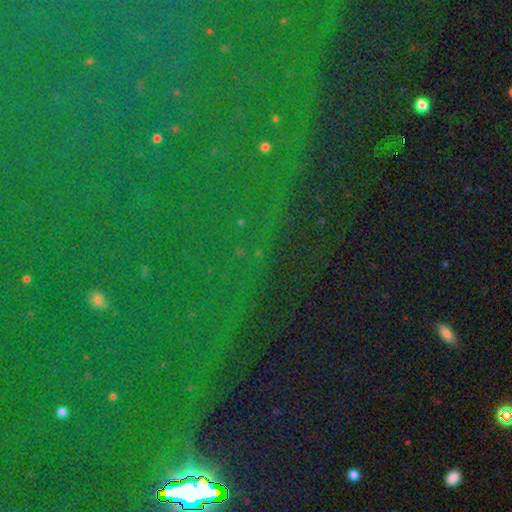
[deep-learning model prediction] Morphology: type=star or artifact (86%).